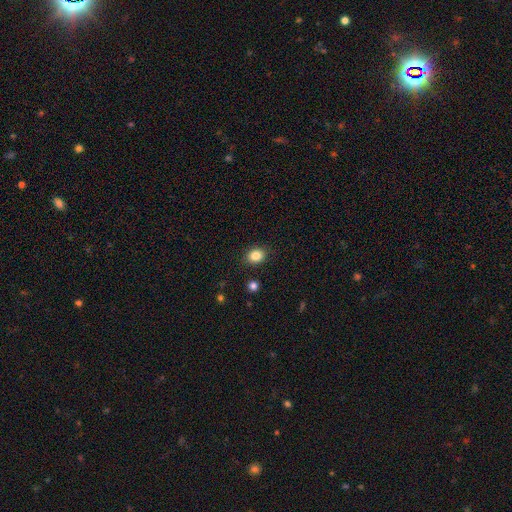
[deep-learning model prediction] Smooth or featured? smooth (84%)
How rounded? round (51%)
Merging? none (87%)